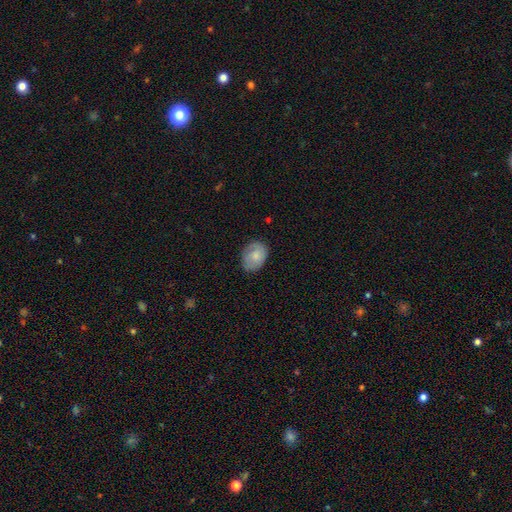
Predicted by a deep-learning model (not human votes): A smooth galaxy with no disk features (72%) that is in between round and cigar-shaped (69%).

Vote fractions:
- Smooth or featured? smooth: 72% / featured or disk: 21% / star or artifact: 7%
- How rounded? in between: 69% / round: 30% / cigar-shaped: 1%
- Merging? none: 72% / minor disturbance: 22% / major disturbance: 5% / merger: 1%